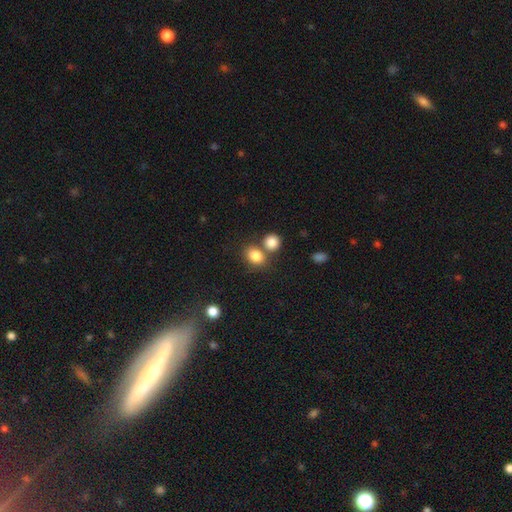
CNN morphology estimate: This is clearly a smooth galaxy (84%). How rounded: possibly in between (51%). Merging: possibly none (55%).